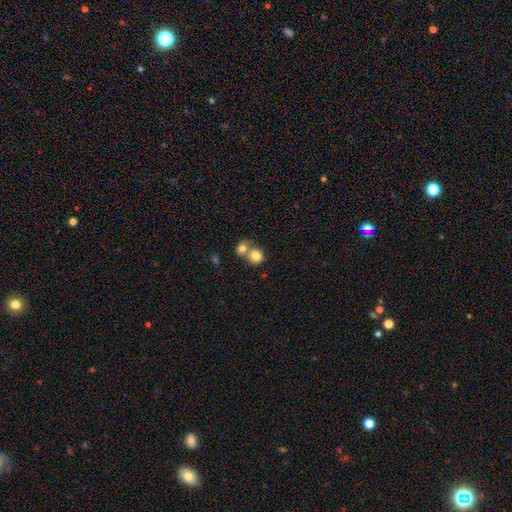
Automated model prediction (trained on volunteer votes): This appears to be a smooth galaxy with no disk features (81%) that is round (85%). Merging: merger (54%).